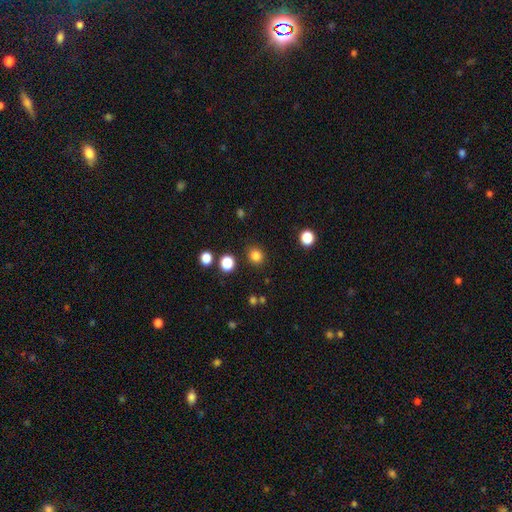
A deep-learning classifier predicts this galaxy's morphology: Smooth or featured? Predicted: smooth (p=0.83). How rounded? Predicted: round (p=0.85). Merging? Predicted: none (p=0.88).